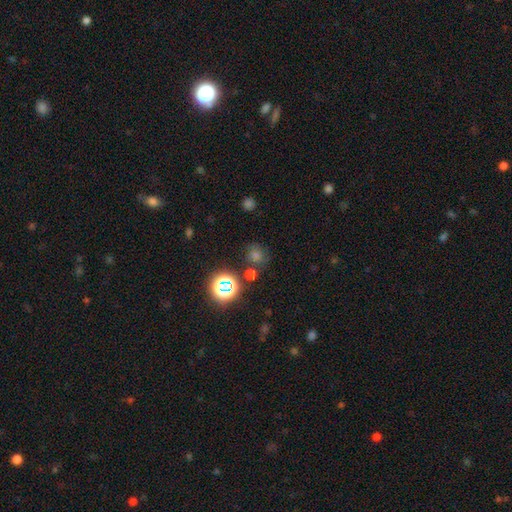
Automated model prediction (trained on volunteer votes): The model was most divided on "smooth or featured": smooth: 46%, star or artifact: 45%, featured or disk: 10%. More confident: merging — none (77%).